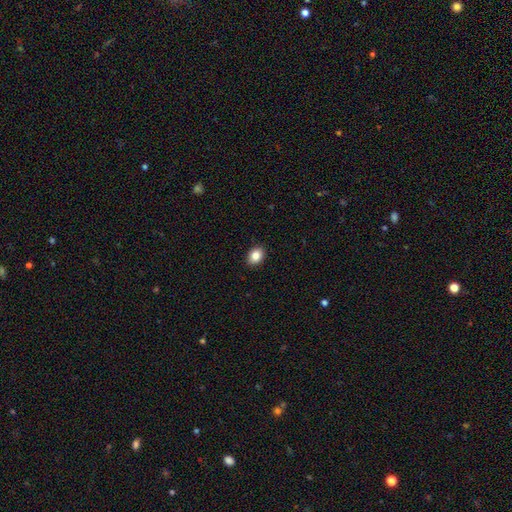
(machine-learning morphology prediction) This is clearly a smooth galaxy (85%). How rounded: likely in between (71%). Merging: clearly none (90%).